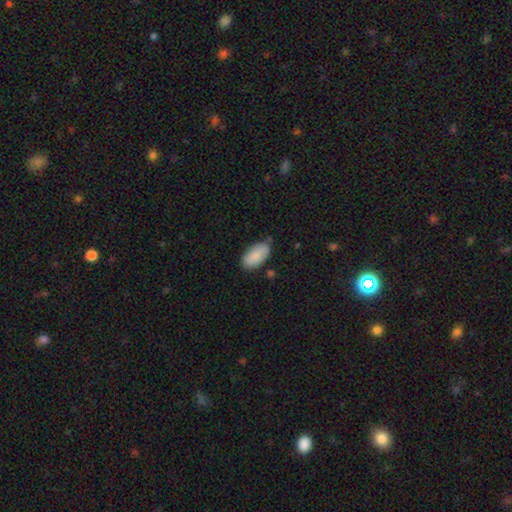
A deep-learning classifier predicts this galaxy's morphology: smooth-or-featured: smooth: 88% | featured or disk: 6% | star or artifact: 6%
  how-rounded: in between: 94% | cigar-shaped: 3% | round: 2%
  merging: none: 76% | minor disturbance: 18% | major disturbance: 3% | merger: 3%